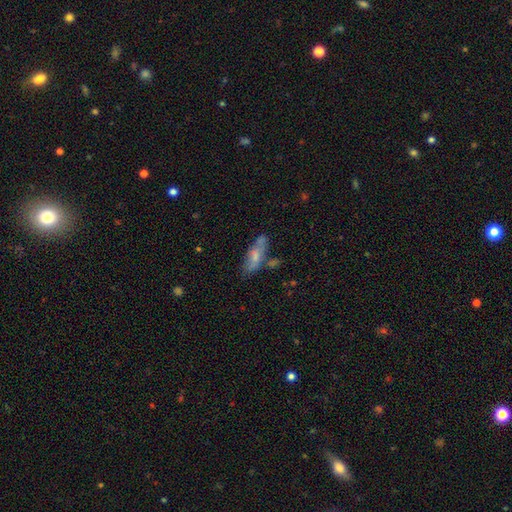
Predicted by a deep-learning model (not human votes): Smooth or featured: smooth — 59% (featured or disk — 34%)
How rounded: in between — 62% (cigar-shaped — 36%)
Merging: none — 52% (minor disturbance — 23%)